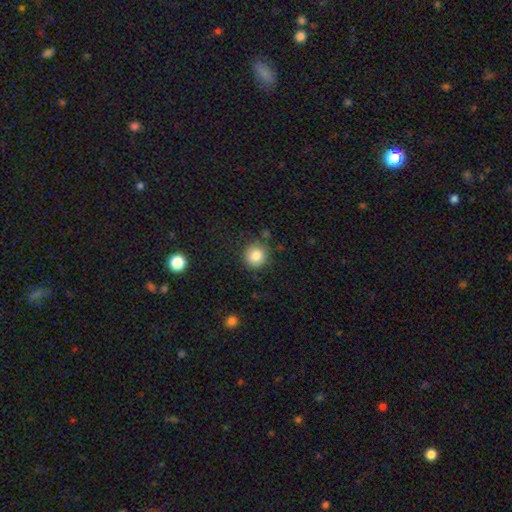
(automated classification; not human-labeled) This appears to be a smooth galaxy with no disk features (85%) that is round (91%). Merging: none (82%).